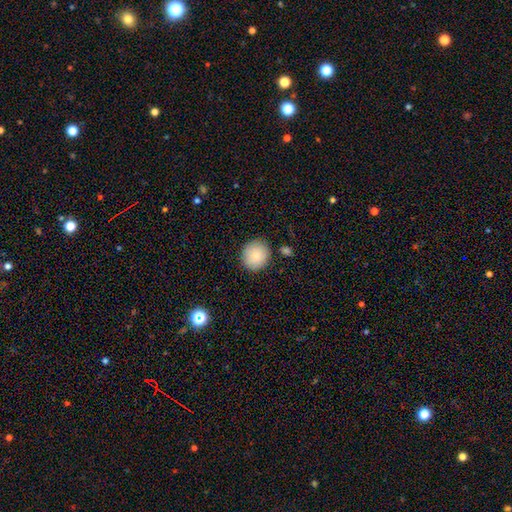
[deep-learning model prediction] Smooth or featured? smooth (85%)
How rounded? round (87%)
Merging? none (86%)